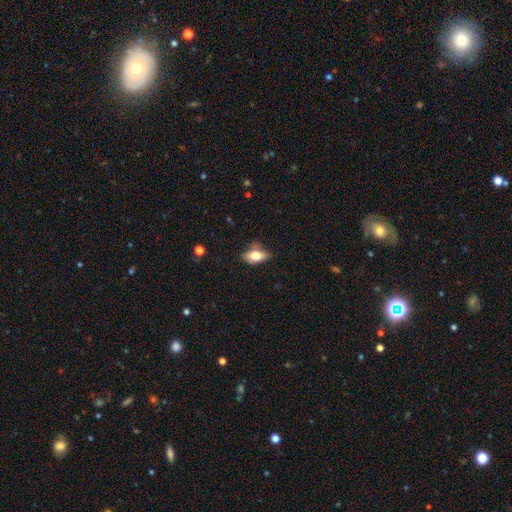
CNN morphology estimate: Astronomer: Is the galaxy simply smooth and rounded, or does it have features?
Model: smooth — 70%.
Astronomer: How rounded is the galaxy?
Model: in between — 85%.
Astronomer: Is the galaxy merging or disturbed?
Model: none — 55% (runner-up: minor disturbance, 30%).